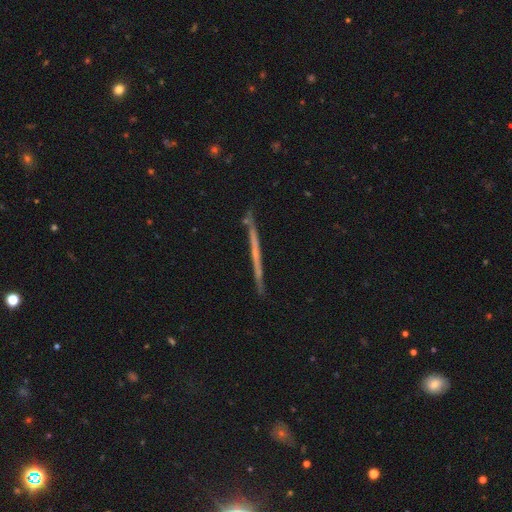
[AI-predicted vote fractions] This appears to be a featured or disk galaxy (62%) viewed edge-on (97%) with no central bulge (90%). Merging: none (87%).